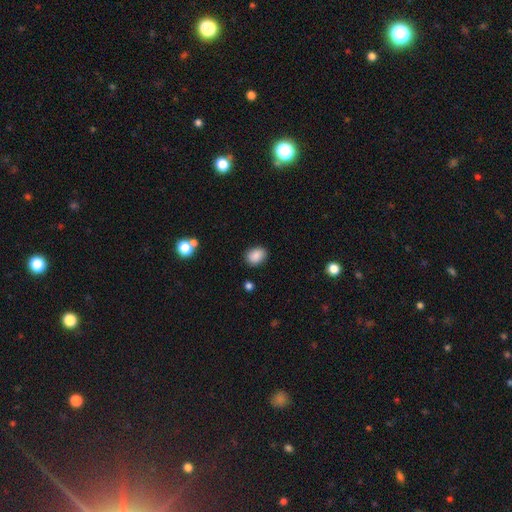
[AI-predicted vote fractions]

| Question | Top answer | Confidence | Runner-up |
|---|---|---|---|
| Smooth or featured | smooth | 87% | star or artifact (9%) |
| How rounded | in between | 64% | round (35%) |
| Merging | none | 86% | minor disturbance (10%) |